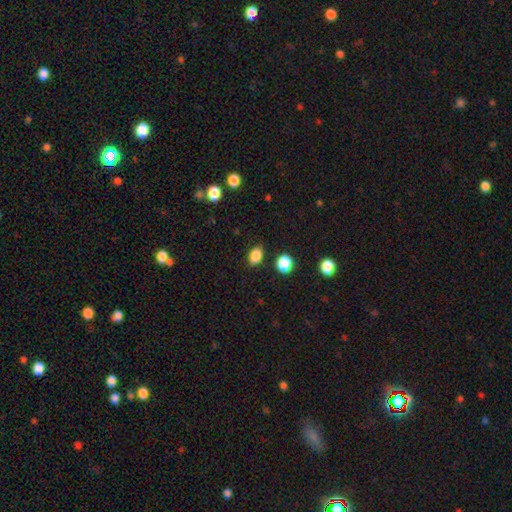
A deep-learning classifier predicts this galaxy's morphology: This is clearly a smooth galaxy (86%). How rounded: likely in between (78%). Merging: clearly none (85%).